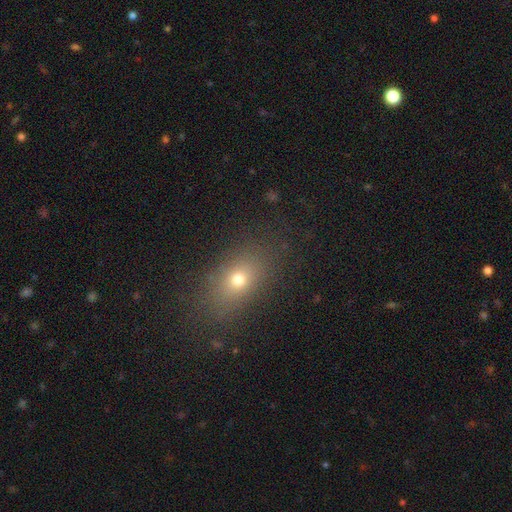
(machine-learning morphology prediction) Smooth or featured? smooth (64%)
How rounded? in between (74%)
Merging? none (87%)